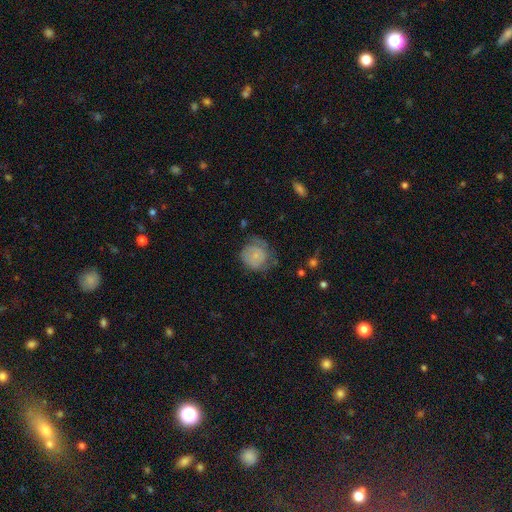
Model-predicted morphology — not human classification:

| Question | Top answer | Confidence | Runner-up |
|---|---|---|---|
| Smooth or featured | smooth | 59% | featured or disk (33%) |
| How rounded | round | 84% | in between (15%) |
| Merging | none | 49% | minor disturbance (30%) |